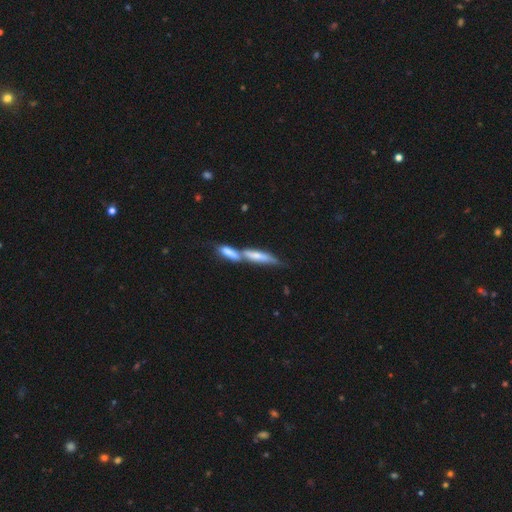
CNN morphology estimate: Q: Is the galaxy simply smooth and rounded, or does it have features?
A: featured or disk — 45%.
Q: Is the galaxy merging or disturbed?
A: none — 54%.